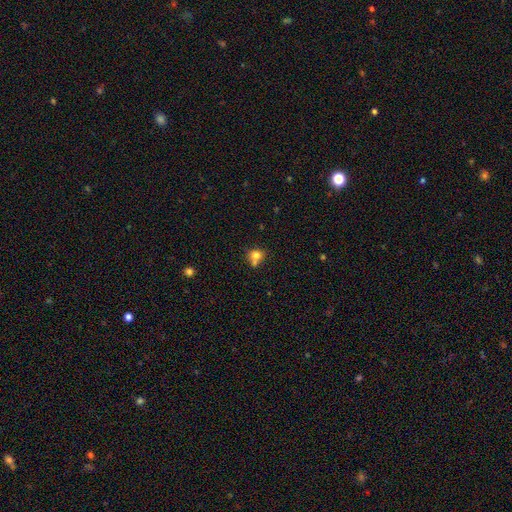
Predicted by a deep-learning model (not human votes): smooth_or_featured: smooth (p=0.77) [alt: star or artifact p=0.12]
how_rounded: round (p=0.80) [alt: in between p=0.19]
merging: none (p=0.51) [alt: merger p=0.34]